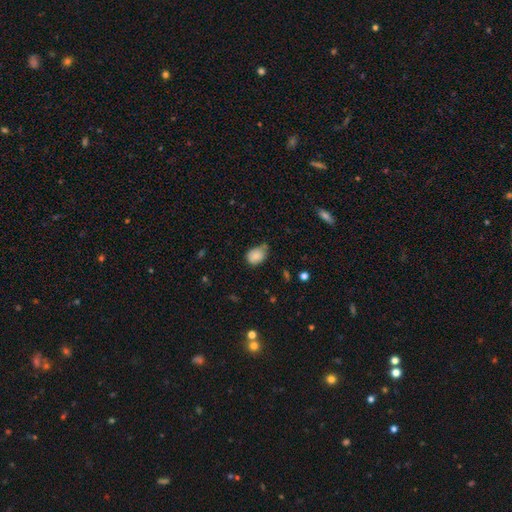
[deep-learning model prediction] Smooth or featured? Predicted: smooth (p=0.85). How rounded? Predicted: in between (p=0.63). Merging? Predicted: none (p=0.53).